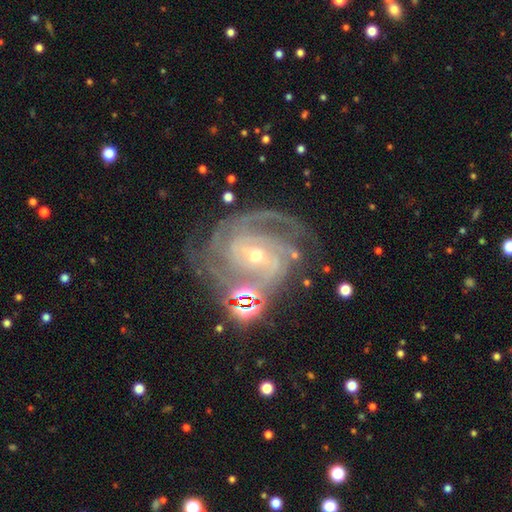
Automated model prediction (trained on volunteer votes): Morphology: type=featured or disk (89%); edge-on=no (97%); bar=weak (42%); spiral arms=yes (98%); winding=tight (58%); arm count=3 (29%); bulge=small (57%); merging=none (67%).